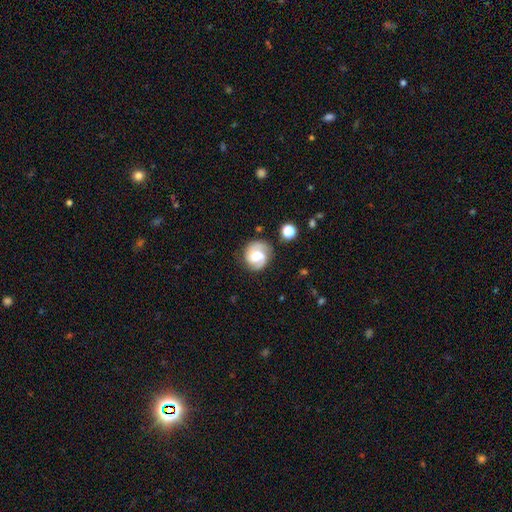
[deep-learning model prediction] smooth-or-featured: featured or disk: 70% | smooth: 23% | star or artifact: 7%
  disk-edge-on: no: 98% | yes: 2%
    bar: weak: 48% | no: 36% | strong: 16%
    has-spiral-arms: yes: 93% | no: 7%
      spiral-winding: medium: 44% | tight: 37% | loose: 19%
      spiral-arm-count: 2: 77% | 1: 12% | can't tell: 7% | 3: 2% | 4: 1% | more than 4: 1%
    bulge-size: moderate: 49% | large: 23% | small: 19% | none: 6% | dominant: 3%
  merging: none: 73% | minor disturbance: 17% | major disturbance: 7% | merger: 3%